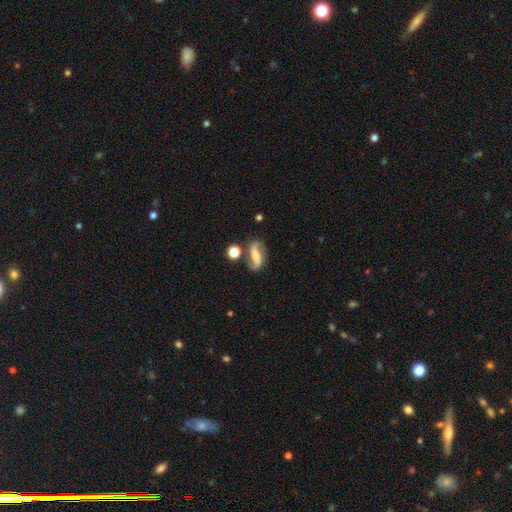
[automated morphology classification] This appears to be a featured or disk galaxy (75%) with a strong bar (43%), 2 (91%) loose (57%) spiral arms (93%) and a moderate central bulge (39%). Merging: none (73%).